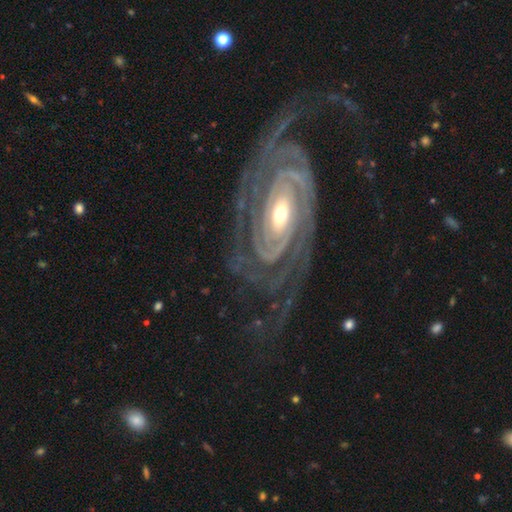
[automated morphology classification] A featured or disk galaxy (93%) with no bar (36%), 2 (51%) tight (71%) spiral arms (98%) and a moderate central bulge (53%). Merging: none (70%).